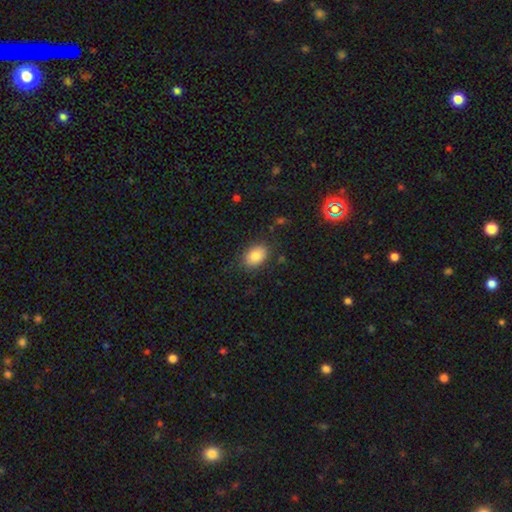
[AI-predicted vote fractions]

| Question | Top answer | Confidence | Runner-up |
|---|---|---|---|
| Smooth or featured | smooth | 84% | star or artifact (8%) |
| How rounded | in between | 82% | round (17%) |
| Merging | none | 84% | minor disturbance (11%) |